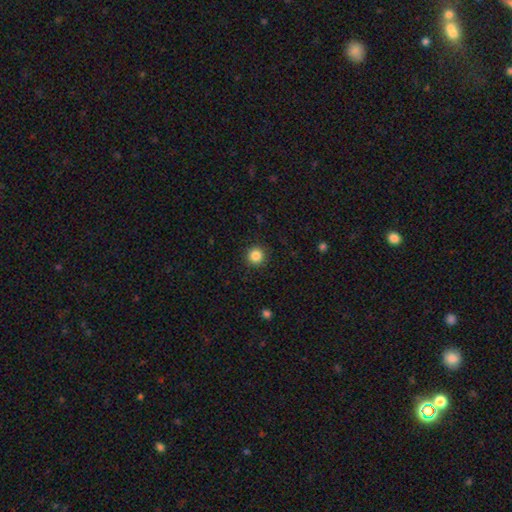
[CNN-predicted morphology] Overall: smooth (85%). How rounded: round (96%). Merging: none (92%).